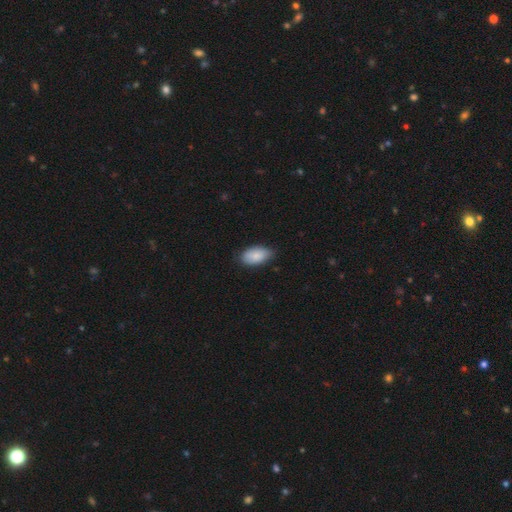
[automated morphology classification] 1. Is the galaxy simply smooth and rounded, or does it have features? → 84% smooth, 10% featured or disk, 6% star or artifact.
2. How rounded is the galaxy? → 94% in between, 4% round, 2% cigar-shaped.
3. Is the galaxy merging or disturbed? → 75% none, 21% minor disturbance, 3% major disturbance, 1% merger.